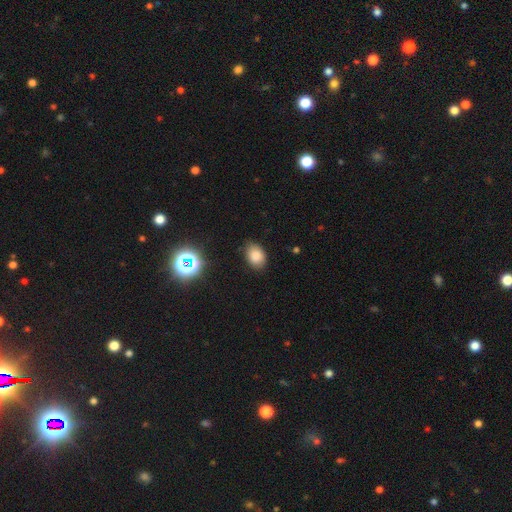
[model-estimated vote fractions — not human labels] Smooth or featured: smooth — 82% (star or artifact — 12%)
How rounded: in between — 79% (round — 20%)
Merging: none — 82% (minor disturbance — 14%)